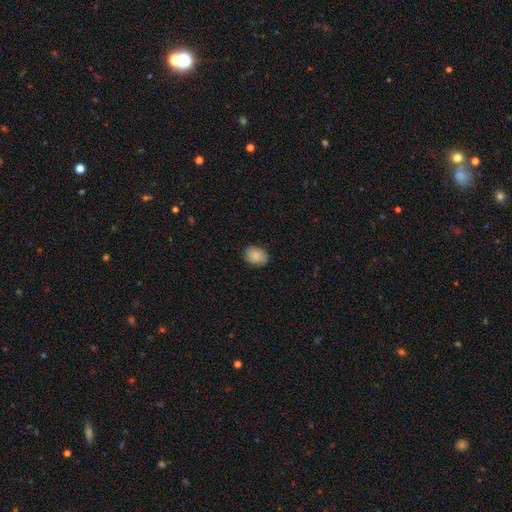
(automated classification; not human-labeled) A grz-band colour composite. It shows a smooth galaxy with no disk features (85%) that is in between round and cigar-shaped (64%). Merging: none (82%).